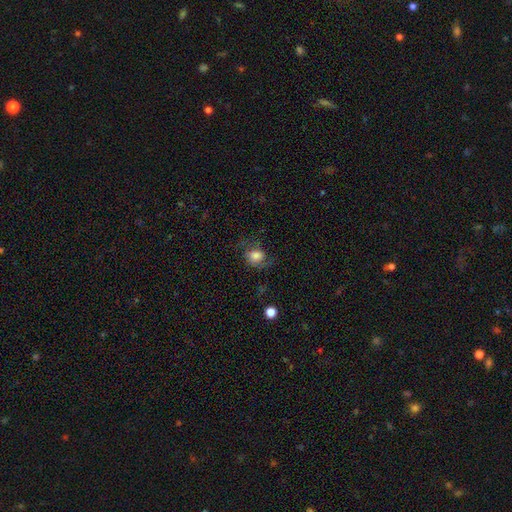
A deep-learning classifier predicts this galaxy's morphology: The model was most divided on "how rounded": round: 52%, in between: 47%, cigar-shaped: 1%. More confident: smooth or featured — smooth (60%); merging — none (52%).